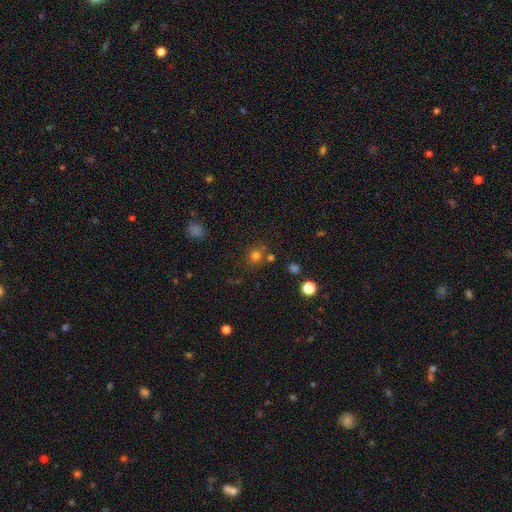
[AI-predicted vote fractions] Morphology: type=smooth (73%); roundness=round (87%); merging=none (70%).